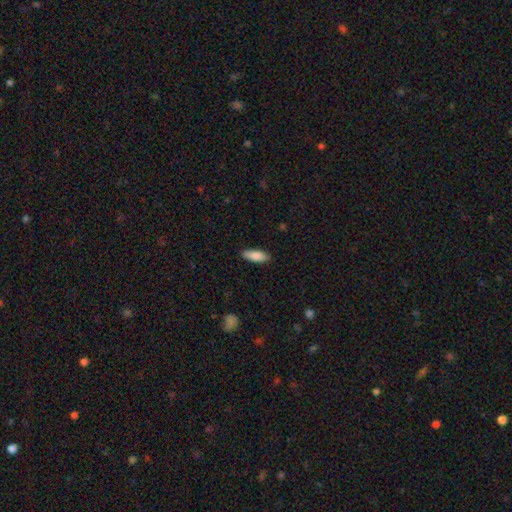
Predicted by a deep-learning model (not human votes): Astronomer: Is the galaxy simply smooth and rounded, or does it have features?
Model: smooth — 87%.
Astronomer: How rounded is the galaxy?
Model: in between — 66%.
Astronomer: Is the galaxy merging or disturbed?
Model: none — 87%.